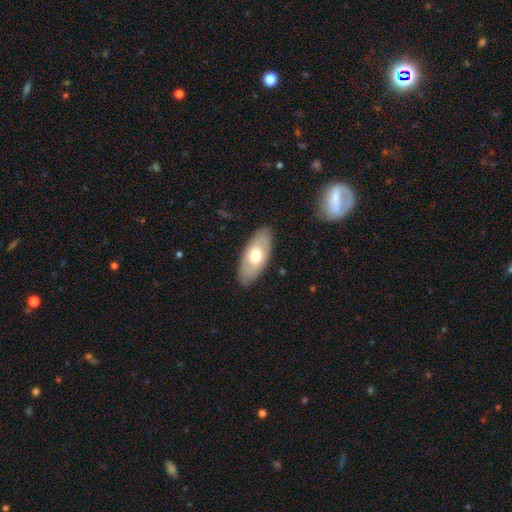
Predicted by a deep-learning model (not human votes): Smooth or featured? smooth (58%)
How rounded? in between (91%)
Merging? none (87%)